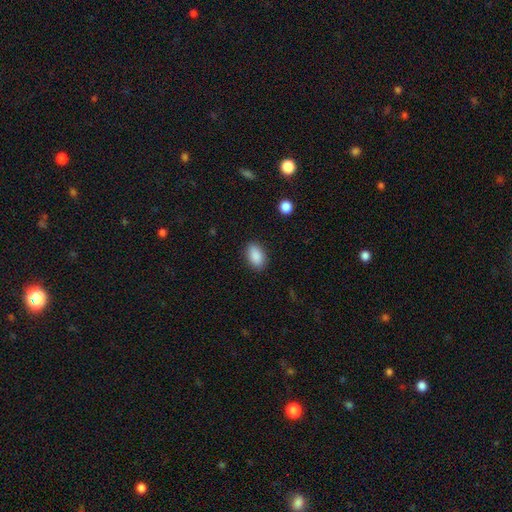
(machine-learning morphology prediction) Q: Smooth or featured?
A: smooth (89%); runner-up: star or artifact (7%)
Q: How rounded?
A: in between (90%); runner-up: round (8%)
Q: Merging?
A: none (86%); runner-up: minor disturbance (10%)